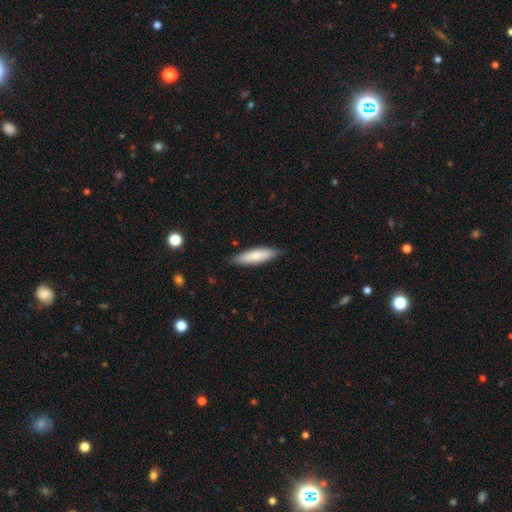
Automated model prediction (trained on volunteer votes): Q: Smooth or featured?
A: smooth (80%); runner-up: featured or disk (15%)
Q: How rounded?
A: cigar-shaped (67%); runner-up: in between (32%)
Q: Merging?
A: none (86%); runner-up: minor disturbance (11%)